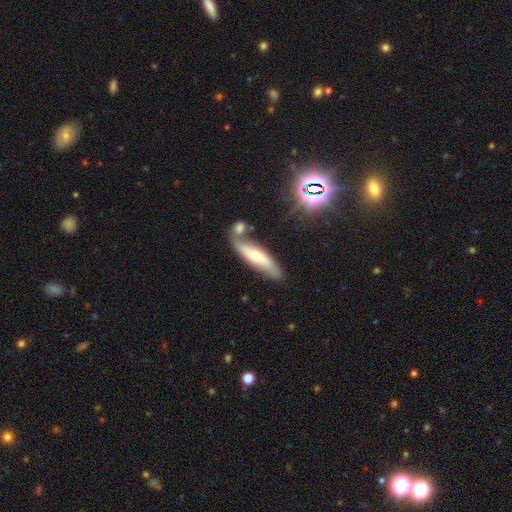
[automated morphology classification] Smooth or featured? Predicted: smooth (p=0.48). Merging? Predicted: none (p=0.56).